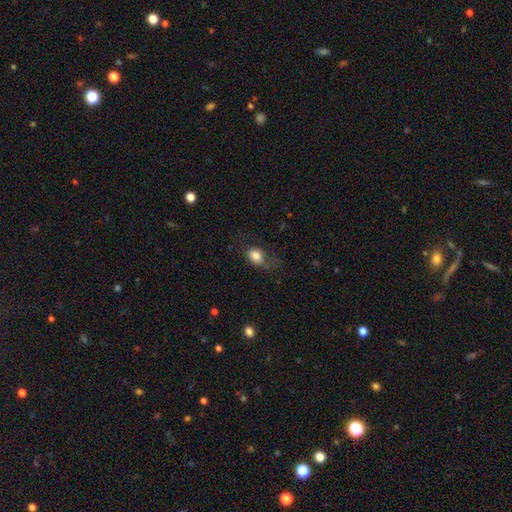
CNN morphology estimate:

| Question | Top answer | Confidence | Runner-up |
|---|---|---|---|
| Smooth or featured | smooth | 82% | featured or disk (9%) |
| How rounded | in between | 63% | round (35%) |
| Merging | none | 53% | minor disturbance (27%) |